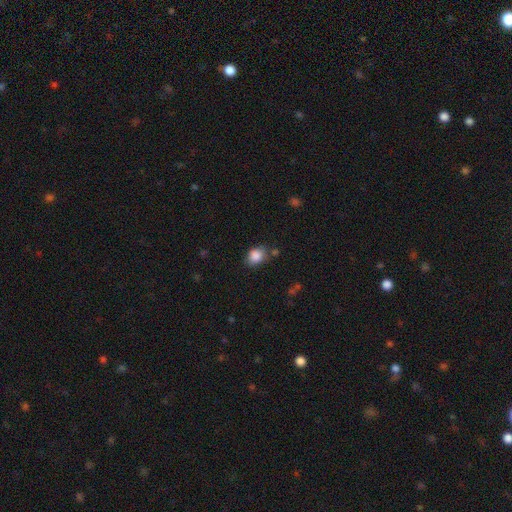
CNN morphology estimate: This appears to be a smooth galaxy with no disk features (86%) that is in between round and cigar-shaped (62%). Merging: none (72%).